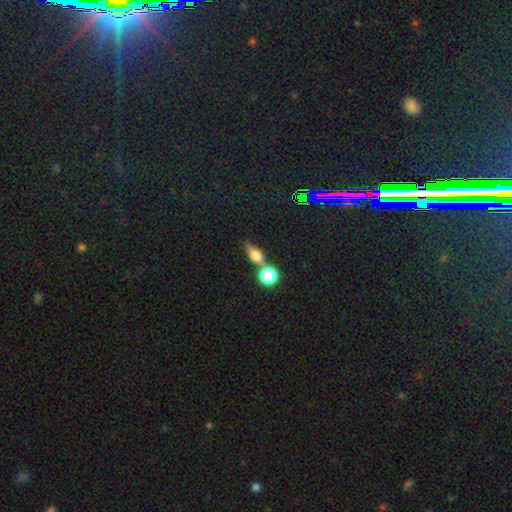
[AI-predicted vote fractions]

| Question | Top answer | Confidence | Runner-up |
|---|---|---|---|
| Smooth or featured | smooth | 66% | featured or disk (19%) |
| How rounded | in between | 50% | round (30%) |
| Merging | none | 53% | merger (28%) |